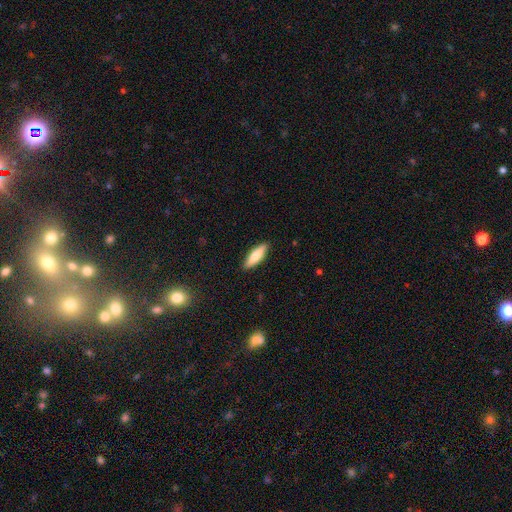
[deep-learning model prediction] Morphology: type=smooth (72%); roundness=cigar-shaped (57%); merging=none (89%).